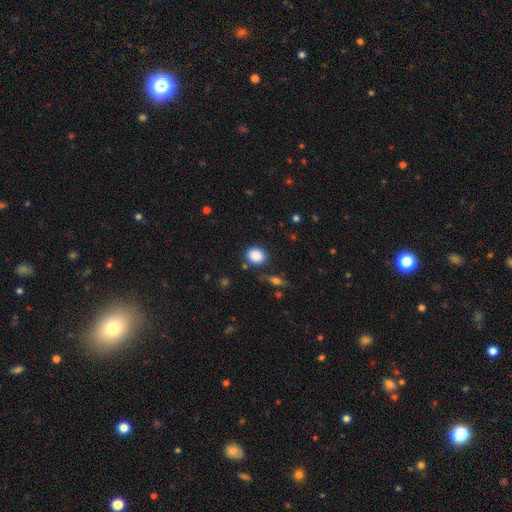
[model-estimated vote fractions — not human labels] This is clearly a smooth galaxy (87%). How rounded: likely round (65%). Merging: clearly none (82%).